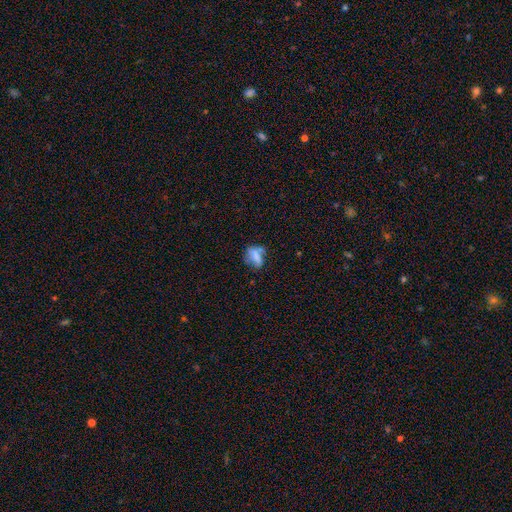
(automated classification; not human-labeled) smooth-or-featured: smooth: 59% | featured or disk: 27% | star or artifact: 13%
  how-rounded: in between: 64% | round: 20% | cigar-shaped: 16%
  merging: none: 45% | minor disturbance: 24% | major disturbance: 16% | merger: 14%